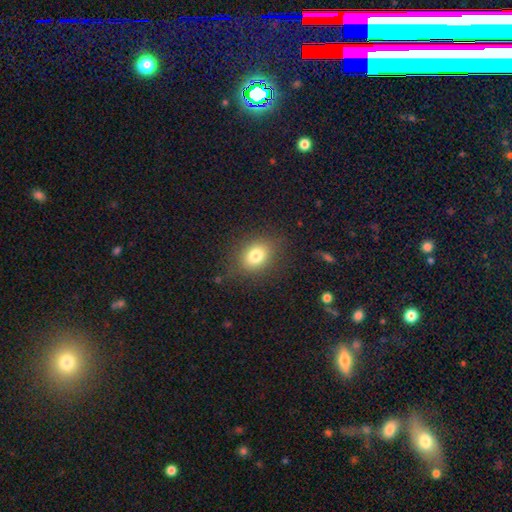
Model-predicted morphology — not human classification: The model was most divided on "how rounded": in between: 55%, round: 43%, cigar-shaped: 1%. More confident: merging — none (83%); smooth or featured — smooth (79%).